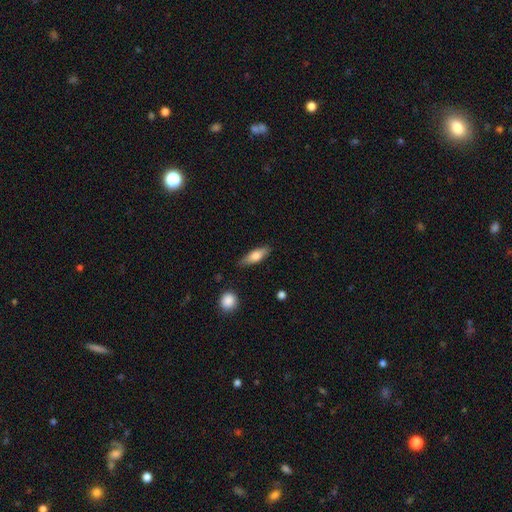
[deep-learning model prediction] smooth_or_featured: smooth (p=0.69) [alt: featured or disk p=0.25]
how_rounded: in between (p=0.58) [alt: cigar-shaped p=0.39]
merging: none (p=0.81) [alt: minor disturbance p=0.14]